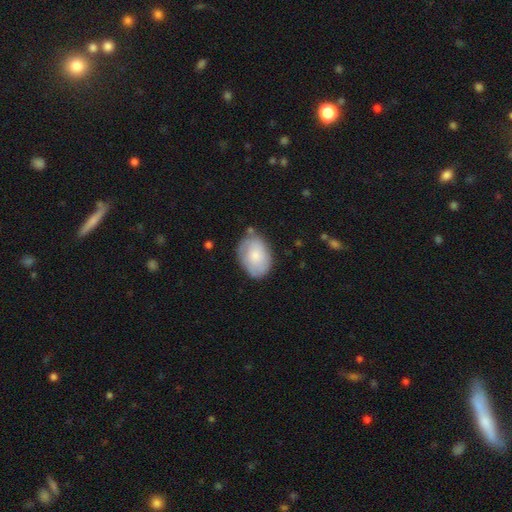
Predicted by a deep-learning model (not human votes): smooth-or-featured: smooth: 66% | featured or disk: 28% | star or artifact: 6%
  how-rounded: in between: 80% | round: 19% | cigar-shaped: 1%
  merging: none: 68% | minor disturbance: 23% | major disturbance: 6% | merger: 4%